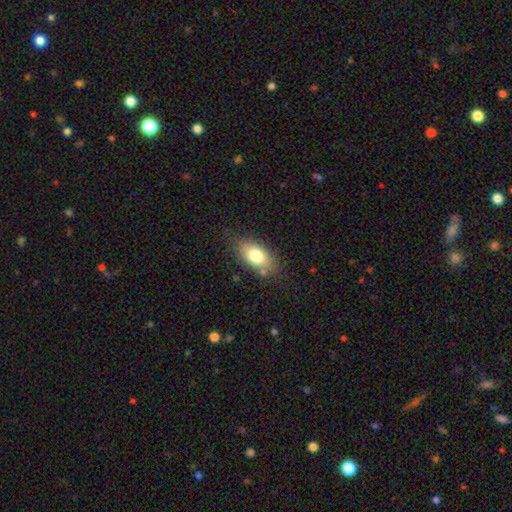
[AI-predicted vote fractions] A smooth galaxy with no disk features (76%) that is in between round and cigar-shaped (88%). Merging: none (76%).